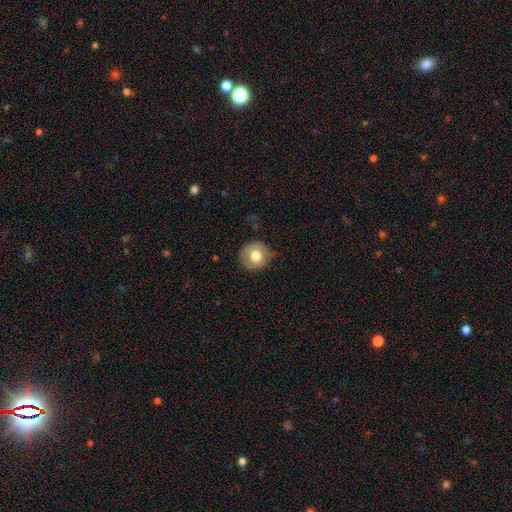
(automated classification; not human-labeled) Q: Smooth or featured?
A: smooth (72%); runner-up: featured or disk (19%)
Q: How rounded?
A: round (85%); runner-up: in between (14%)
Q: Merging?
A: none (71%); runner-up: minor disturbance (23%)